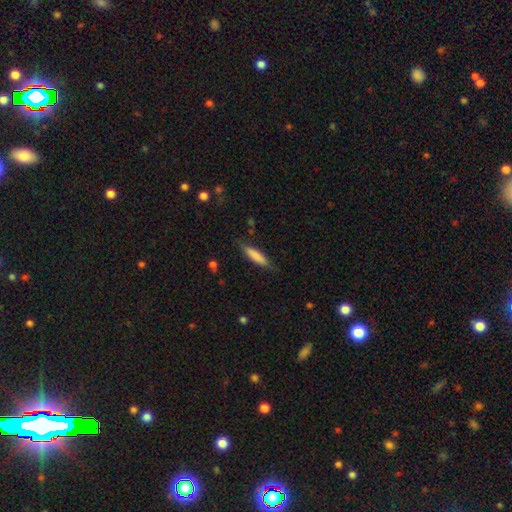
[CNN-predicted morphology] smooth_or_featured: smooth (p=0.80) [alt: featured or disk p=0.14]
how_rounded: cigar-shaped (p=0.77) [alt: in between p=0.21]
merging: none (p=0.81) [alt: minor disturbance p=0.15]